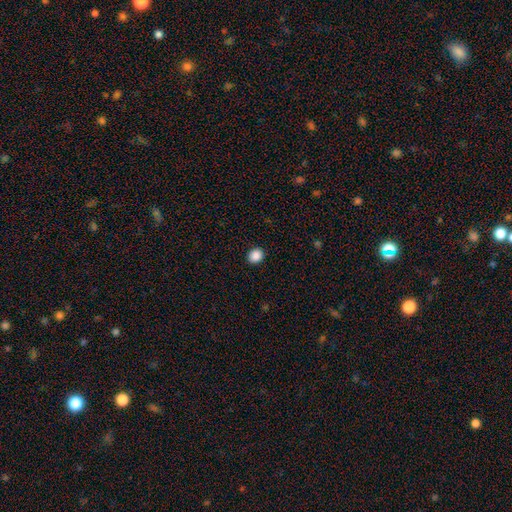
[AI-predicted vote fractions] A smooth galaxy with no disk features (88%) that is round (67%). Merging: none (91%).